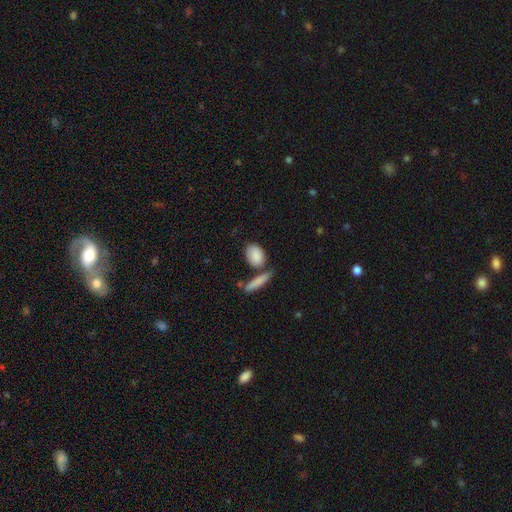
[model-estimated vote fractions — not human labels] A smooth galaxy with no disk features (86%) that is in between round and cigar-shaped (77%). Merging: none (60%).